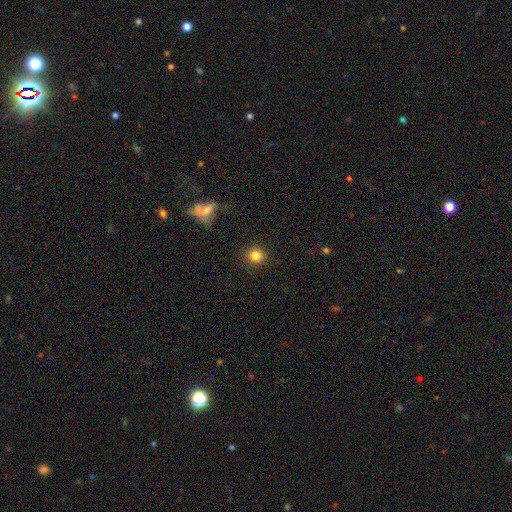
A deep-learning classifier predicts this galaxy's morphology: The model was most divided on "smooth or featured": smooth: 83%, star or artifact: 11%, featured or disk: 6%. More confident: how rounded — round (91%); merging — none (90%).